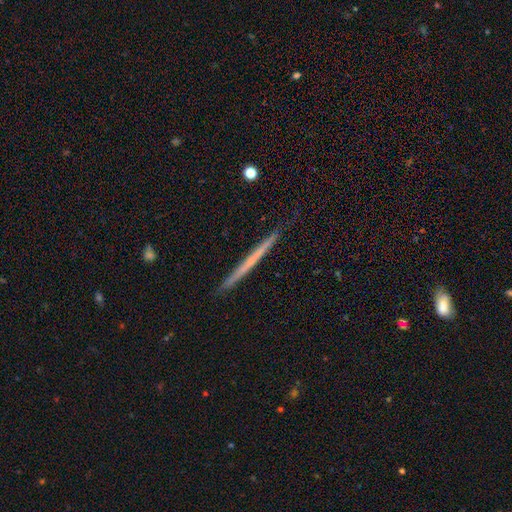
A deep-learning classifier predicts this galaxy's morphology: A featured or disk galaxy (50%) viewed edge-on (98%). Merging: none (92%).